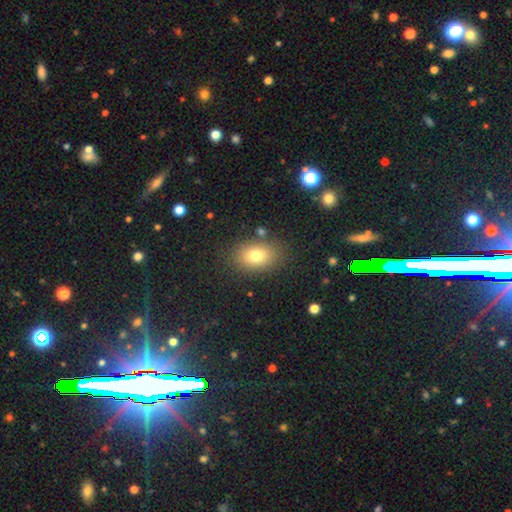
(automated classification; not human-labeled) Smooth or featured? smooth (77%)
How rounded? in between (76%)
Merging? none (83%)